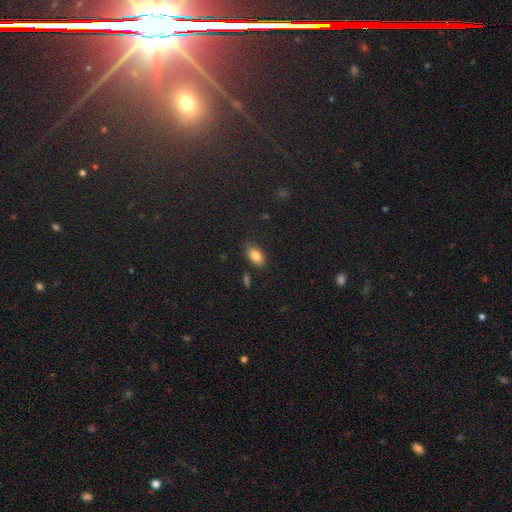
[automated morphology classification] Q: Smooth or featured?
A: smooth (83%); runner-up: featured or disk (9%)
Q: How rounded?
A: in between (91%); runner-up: round (5%)
Q: Merging?
A: none (80%); runner-up: minor disturbance (14%)